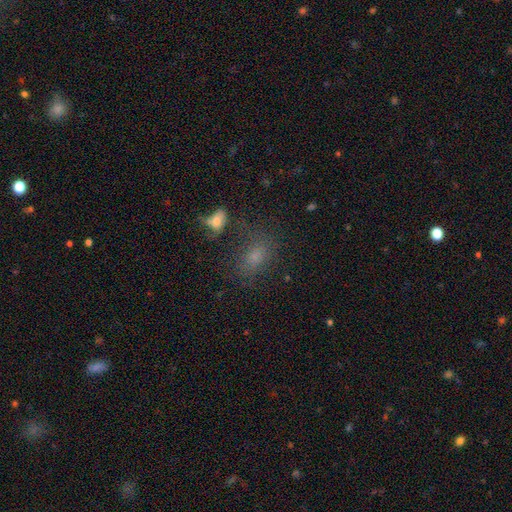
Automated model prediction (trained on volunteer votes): This appears to be a smooth galaxy with no disk features (67%) that is in between round and cigar-shaped (77%). Merging: none (61%).